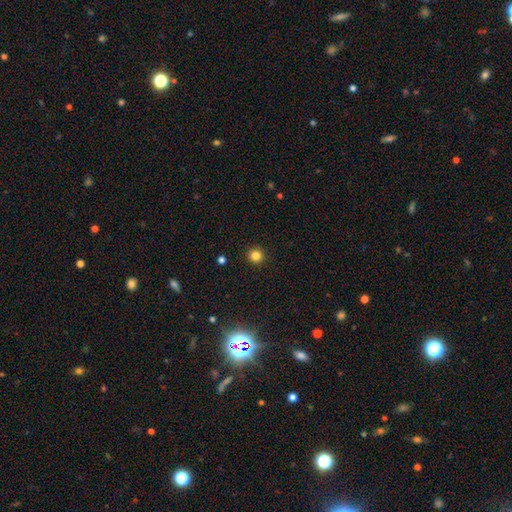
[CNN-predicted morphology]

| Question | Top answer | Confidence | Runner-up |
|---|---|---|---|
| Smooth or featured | smooth | 83% | star or artifact (13%) |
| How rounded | round | 95% | in between (4%) |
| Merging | none | 93% | minor disturbance (4%) |